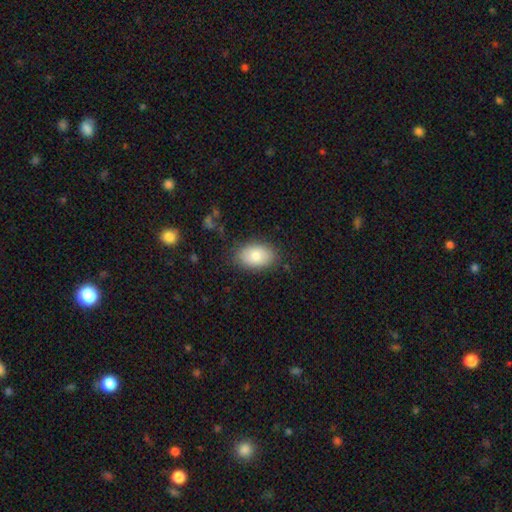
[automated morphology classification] This is clearly a smooth galaxy (82%). How rounded: clearly in between (90%). Merging: clearly none (84%).